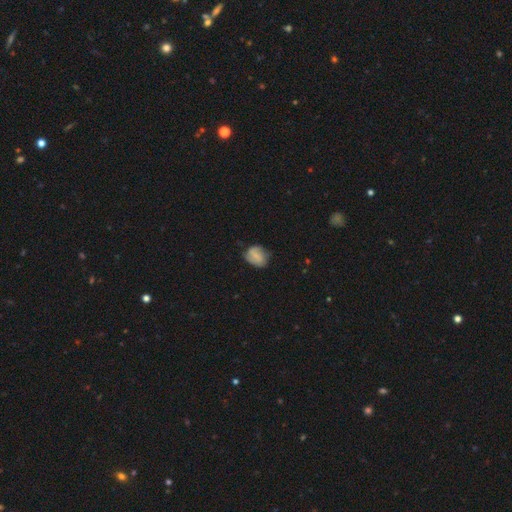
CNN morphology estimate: Overall: smooth (58%; featured or disk 33%). How rounded: in between (54%; round 44%). Merging: none (61%; minor disturbance 29%).